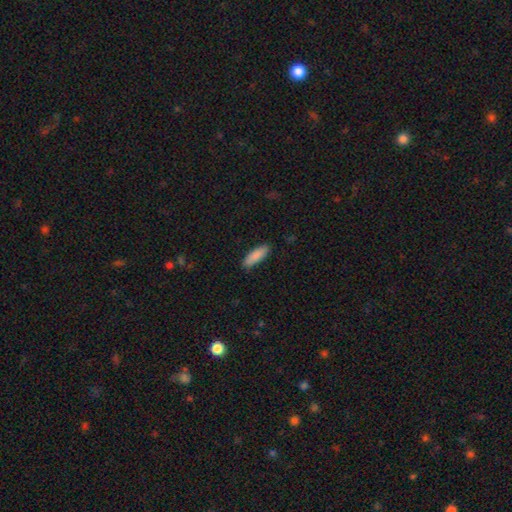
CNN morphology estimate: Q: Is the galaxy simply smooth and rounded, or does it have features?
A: smooth — 89%.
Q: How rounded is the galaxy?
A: in between — 55%.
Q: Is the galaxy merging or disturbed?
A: none — 87%.